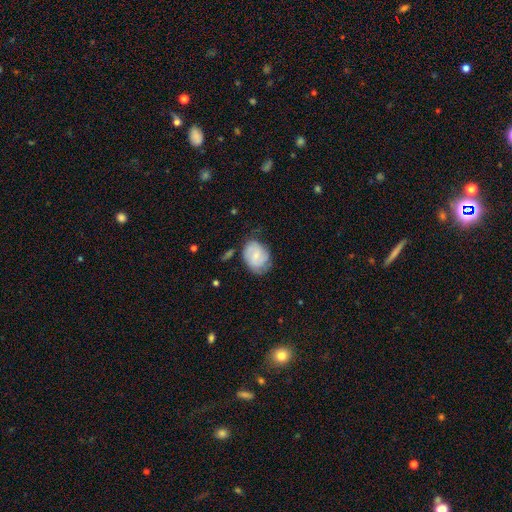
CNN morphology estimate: smooth-or-featured: smooth: 47% | featured or disk: 46% | star or artifact: 7%
  merging: none: 60% | minor disturbance: 28% | major disturbance: 9% | merger: 3%